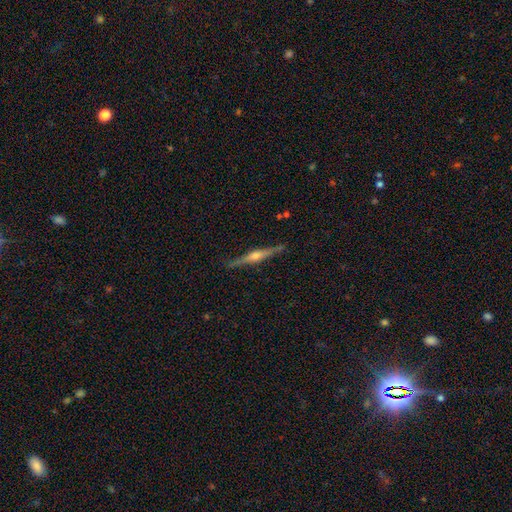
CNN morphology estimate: Smooth or featured? featured or disk (77%)
Edge-on disk? yes (98%)
Edge-on bulge? rounded (86%)
Merging? none (88%)